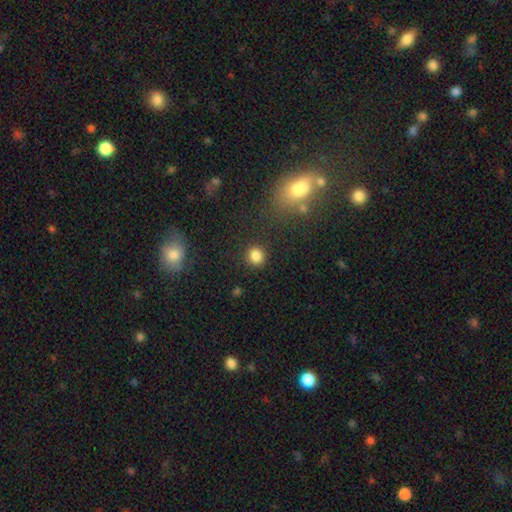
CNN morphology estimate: Q: Smooth or featured?
A: smooth (84%); runner-up: star or artifact (12%)
Q: How rounded?
A: round (85%); runner-up: in between (14%)
Q: Merging?
A: none (88%); runner-up: minor disturbance (7%)